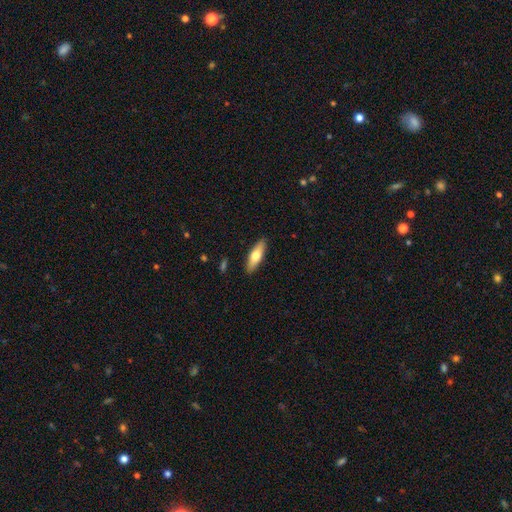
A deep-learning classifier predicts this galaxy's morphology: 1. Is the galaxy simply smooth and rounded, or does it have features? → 65% smooth, 30% featured or disk, 6% star or artifact.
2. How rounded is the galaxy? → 49% cigar-shaped (tied), 49% in between (tied), 2% round.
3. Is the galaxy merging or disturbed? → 89% none, 8% minor disturbance, 2% major disturbance, 1% merger.